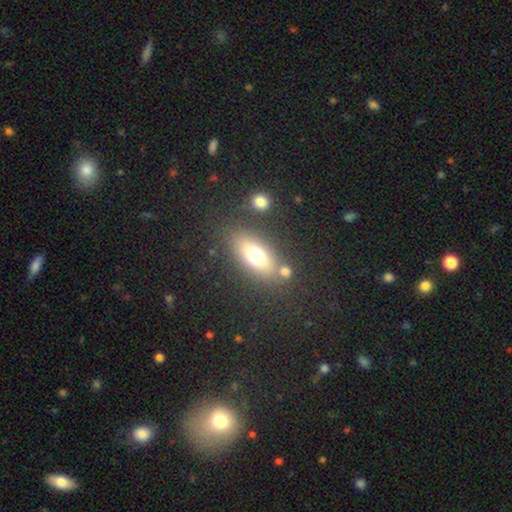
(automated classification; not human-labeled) Smooth or featured?
  - smooth: 66% *
  - featured or disk: 22%
  - star or artifact: 12%
How rounded?
  - in between: 75% *
  - cigar-shaped: 13%
  - round: 12%
Merging?
  - none: 74% *
  - minor disturbance: 11%
  - merger: 10%
  - major disturbance: 5%